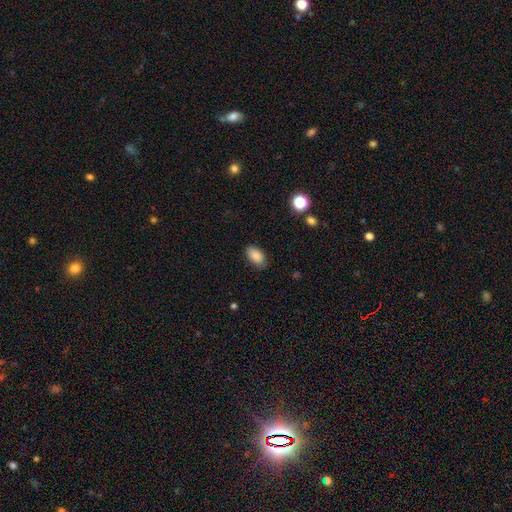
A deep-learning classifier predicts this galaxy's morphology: Q: Smooth or featured?
A: smooth (86%); runner-up: star or artifact (8%)
Q: How rounded?
A: in between (91%); runner-up: round (7%)
Q: Merging?
A: none (80%); runner-up: minor disturbance (16%)